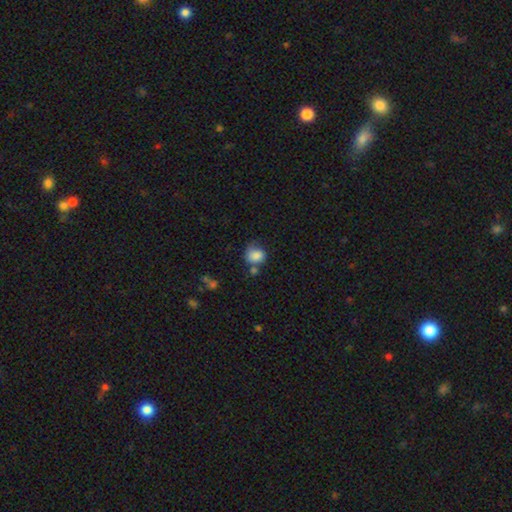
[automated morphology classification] This appears to be a smooth galaxy with no disk features (82%) that is round (69%). Merging: none (46%).